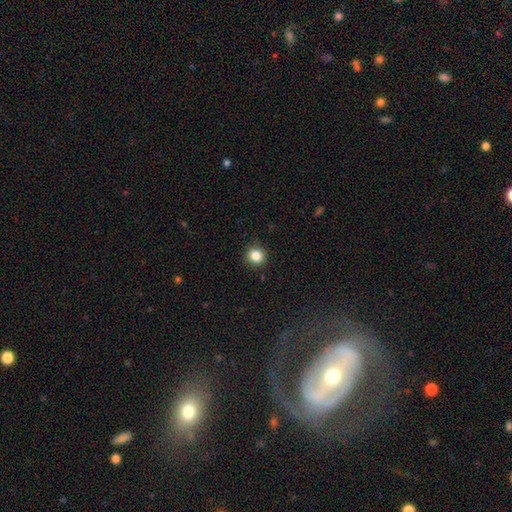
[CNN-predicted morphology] Smooth or featured? Predicted: smooth (p=0.85). How rounded? Predicted: round (p=0.89). Merging? Predicted: none (p=0.90).